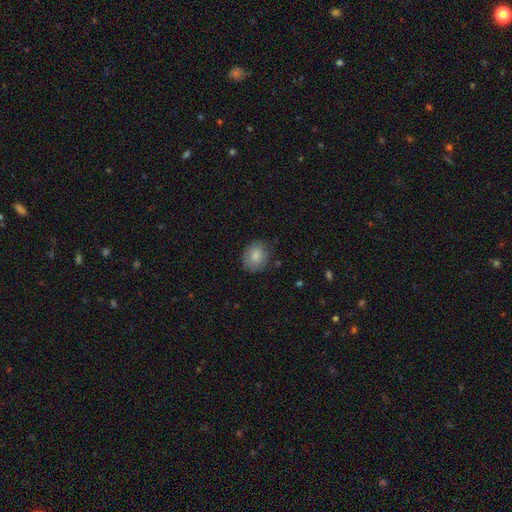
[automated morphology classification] This appears to be a smooth galaxy with no disk features (84%) that is round (59%). Merging: none (77%).